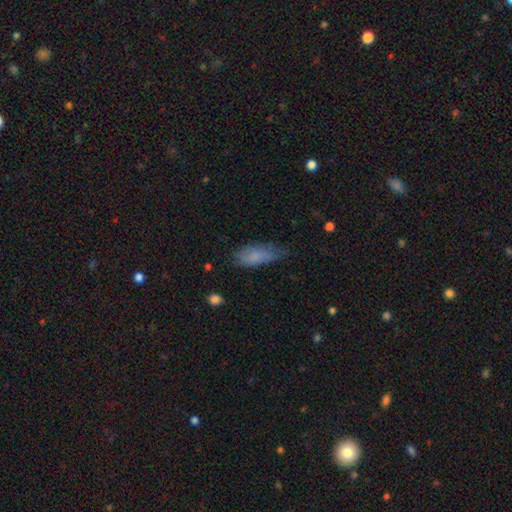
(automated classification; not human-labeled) This appears to be a smooth galaxy with no disk features (78%) that is in between round and cigar-shaped (77%). Merging: none (54%).